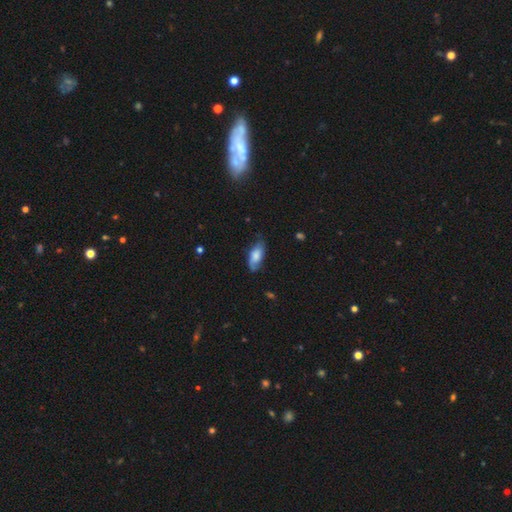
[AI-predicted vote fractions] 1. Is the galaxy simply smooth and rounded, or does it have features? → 59% smooth, 33% featured or disk, 7% star or artifact.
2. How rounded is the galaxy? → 84% in between, 14% cigar-shaped, 3% round.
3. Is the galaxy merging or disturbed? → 64% none, 27% minor disturbance, 7% major disturbance, 2% merger.